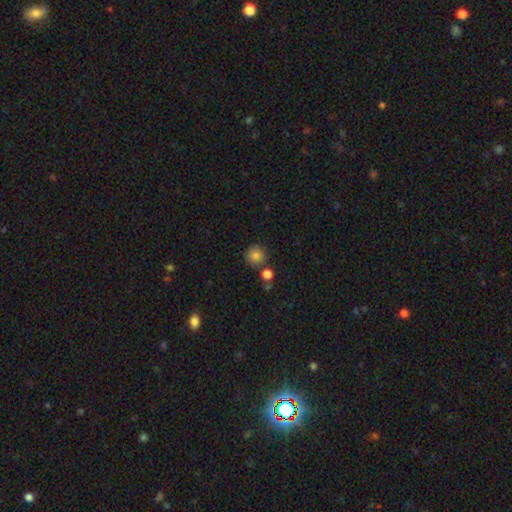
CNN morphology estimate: Q: Smooth or featured?
A: smooth (83%); runner-up: star or artifact (11%)
Q: How rounded?
A: round (93%); runner-up: in between (6%)
Q: Merging?
A: none (77%); runner-up: merger (12%)